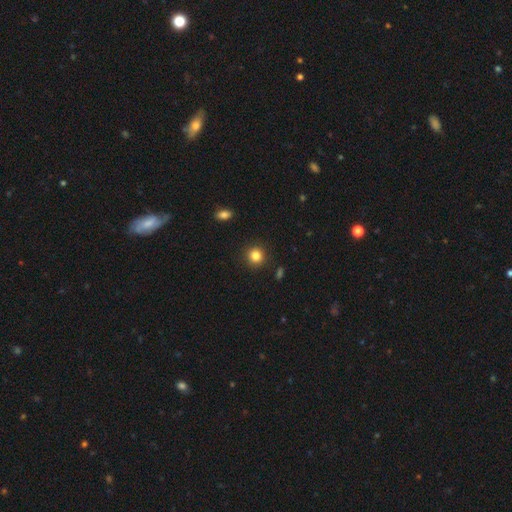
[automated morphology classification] smooth_or_featured: smooth (p=0.84) [alt: star or artifact p=0.11]
how_rounded: round (p=0.91) [alt: in between p=0.08]
merging: none (p=0.91) [alt: minor disturbance p=0.06]